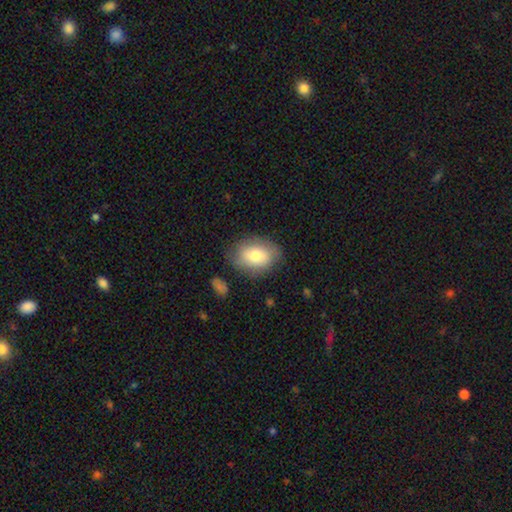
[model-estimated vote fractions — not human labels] Smooth or featured: smooth — 75% (featured or disk — 17%)
How rounded: in between — 76% (round — 22%)
Merging: none — 76% (minor disturbance — 18%)